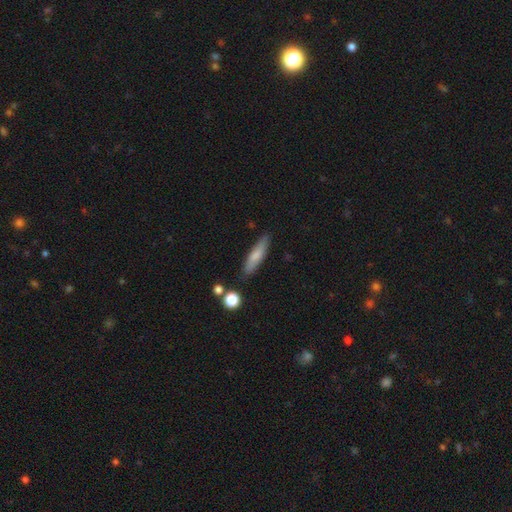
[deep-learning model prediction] smooth-or-featured: smooth: 71% | featured or disk: 22% | star or artifact: 7%
  how-rounded: cigar-shaped: 73% | in between: 25% | round: 2%
  merging: none: 82% | minor disturbance: 12% | merger: 3% | major disturbance: 2%